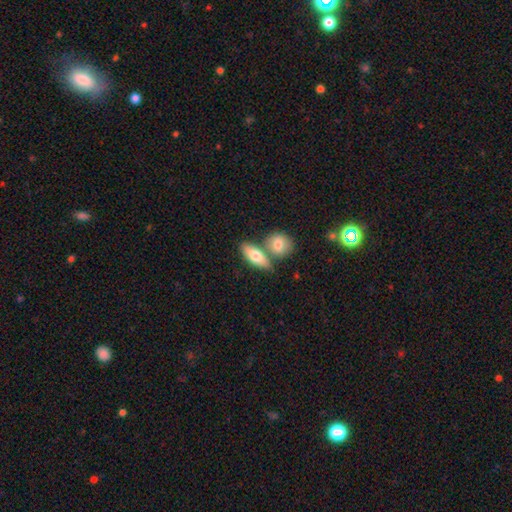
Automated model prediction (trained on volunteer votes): The model was most divided on "merging": none: 50%, merger: 38%, minor disturbance: 9%, major disturbance: 3%. More confident: smooth or featured — smooth (73%); how rounded — in between (72%).